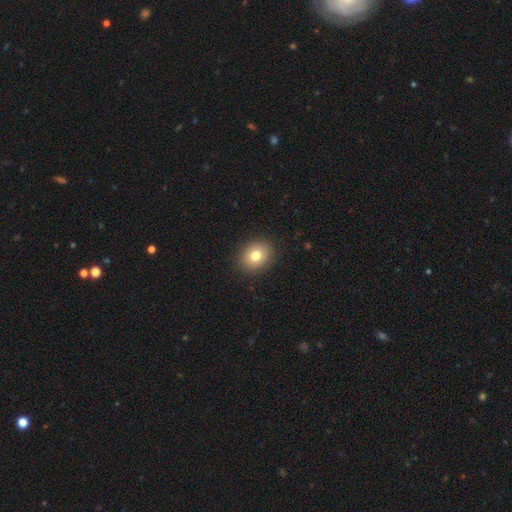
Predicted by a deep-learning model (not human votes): Smooth or featured: smooth — 78% (featured or disk — 11%)
How rounded: round — 61% (in between — 38%)
Merging: none — 90% (minor disturbance — 7%)